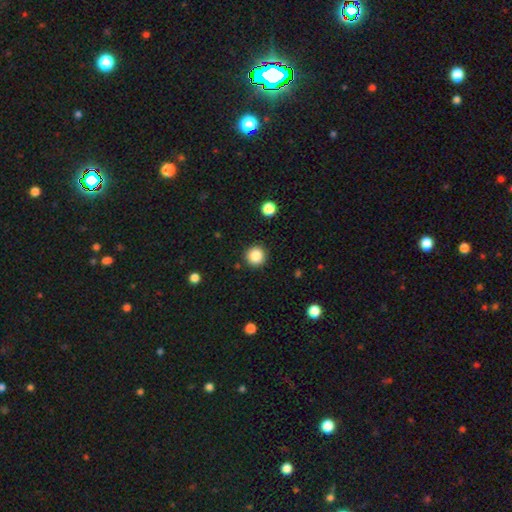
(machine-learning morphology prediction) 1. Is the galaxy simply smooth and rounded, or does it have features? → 86% smooth, 10% star or artifact, 4% featured or disk.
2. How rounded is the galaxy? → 95% round, 4% in between, 1% cigar-shaped.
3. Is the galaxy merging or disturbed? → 91% none, 6% minor disturbance, 2% major disturbance, 1% merger.